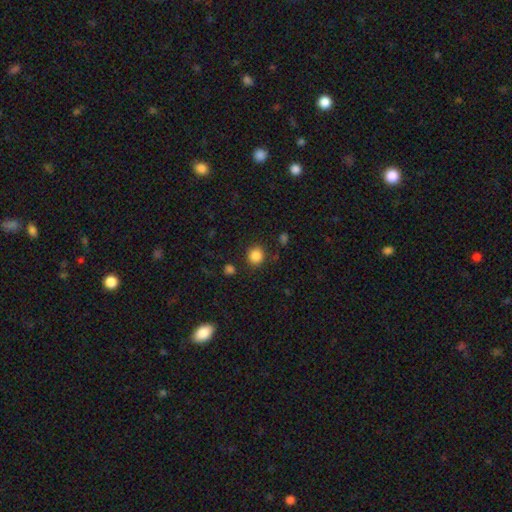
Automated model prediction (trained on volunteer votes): Smooth or featured?
  - smooth: 86% *
  - star or artifact: 11%
  - featured or disk: 4%
How rounded?
  - round: 88% *
  - in between: 12%
  - cigar-shaped: 1%
Merging?
  - none: 86% *
  - minor disturbance: 8%
  - major disturbance: 3%
  - merger: 3%